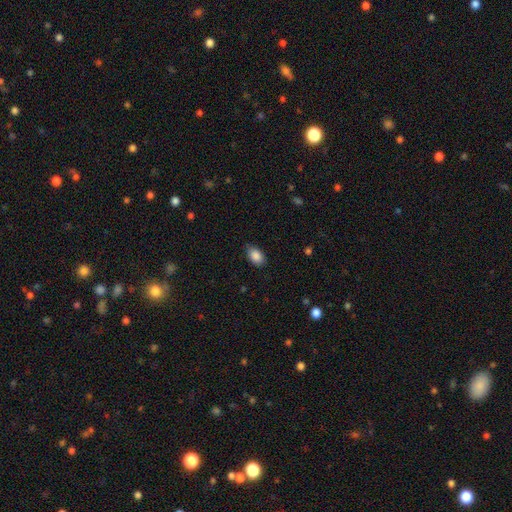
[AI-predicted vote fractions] Smooth or featured: smooth — 88% (star or artifact — 7%)
How rounded: in between — 89% (round — 9%)
Merging: none — 78% (minor disturbance — 18%)